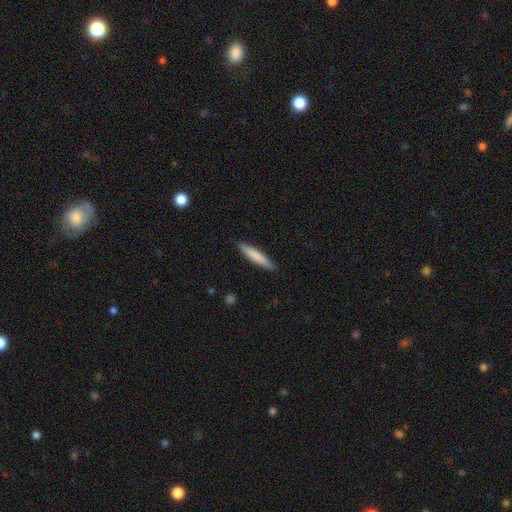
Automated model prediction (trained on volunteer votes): Morphology: type=smooth (77%); roundness=cigar-shaped (89%); merging=none (88%).